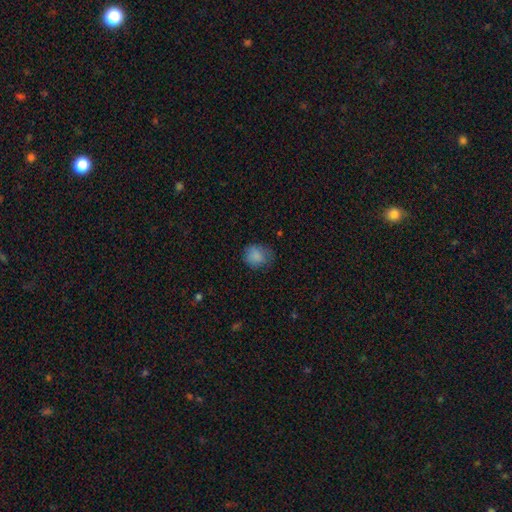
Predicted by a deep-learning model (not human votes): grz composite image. It shows a smooth galaxy with no disk features (85%) that is round (71%). Merging: none (68%).